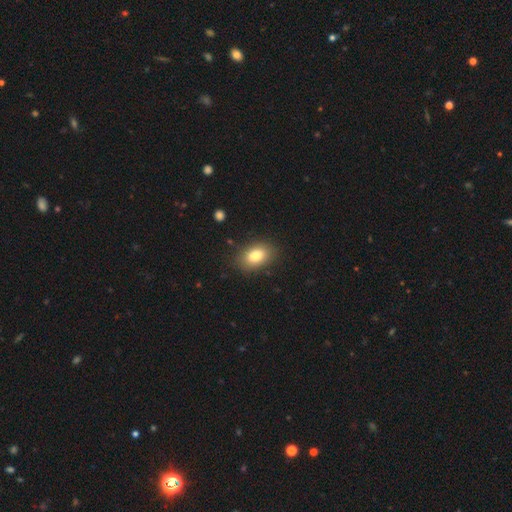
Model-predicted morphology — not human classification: smooth-or-featured: smooth: 83% | featured or disk: 9% | star or artifact: 8%
  how-rounded: in between: 86% | round: 12% | cigar-shaped: 2%
  merging: none: 84% | minor disturbance: 11% | major disturbance: 3% | merger: 1%